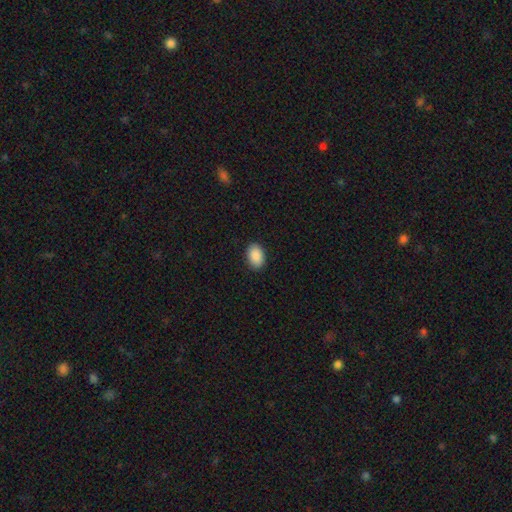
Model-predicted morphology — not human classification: Smooth or featured? Predicted: smooth (p=0.91). How rounded? Predicted: in between (p=0.88). Merging? Predicted: none (p=0.89).